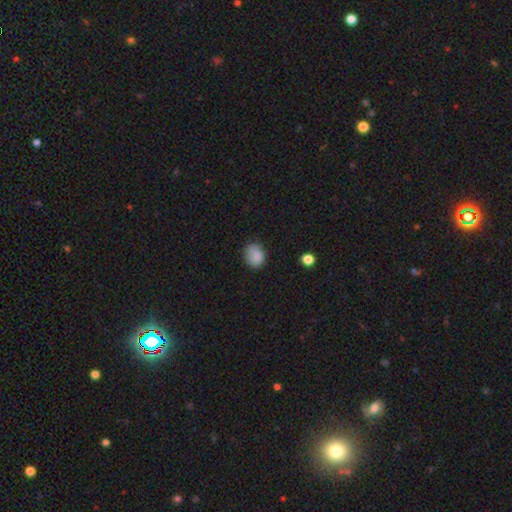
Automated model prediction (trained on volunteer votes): Smooth or featured? Predicted: smooth (p=0.85). How rounded? Predicted: in between (p=0.51). Merging? Predicted: none (p=0.72).